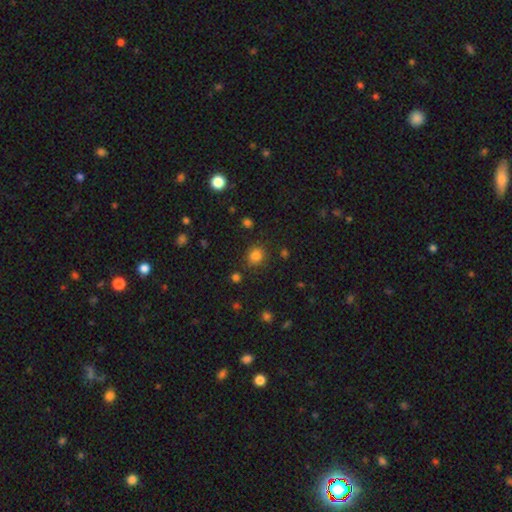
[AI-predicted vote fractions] Morphology: type=smooth (81%); roundness=round (80%); merging=none (85%).